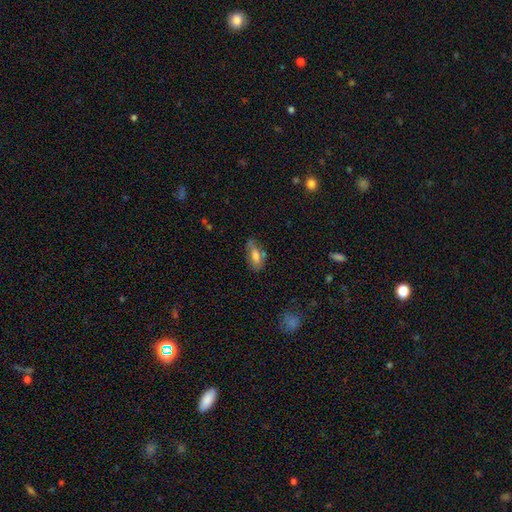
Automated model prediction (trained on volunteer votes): A smooth galaxy with no disk features (67%) that is in between round and cigar-shaped (79%).

Vote fractions:
- Smooth or featured? smooth: 67% / featured or disk: 25% / star or artifact: 9%
- How rounded? in between: 79% / cigar-shaped: 17% / round: 4%
- Merging? none: 58% / minor disturbance: 27% / major disturbance: 9% / merger: 6%